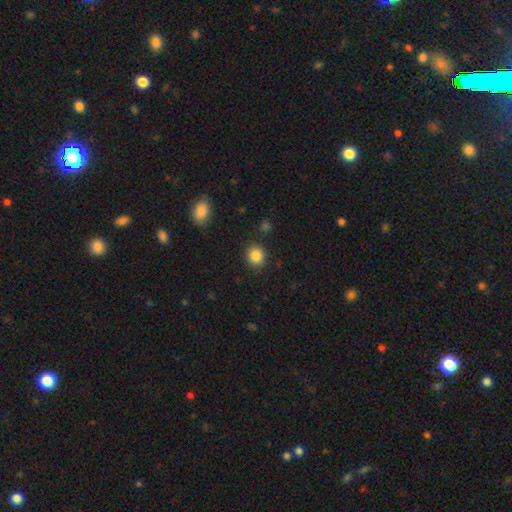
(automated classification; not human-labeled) A smooth galaxy with no disk features (86%) that is round (85%).

Vote fractions:
- Smooth or featured? smooth: 86% / star or artifact: 10% / featured or disk: 4%
- How rounded? round: 85% / in between: 14% / cigar-shaped: 1%
- Merging? none: 87% / minor disturbance: 8% / major disturbance: 3% / merger: 2%